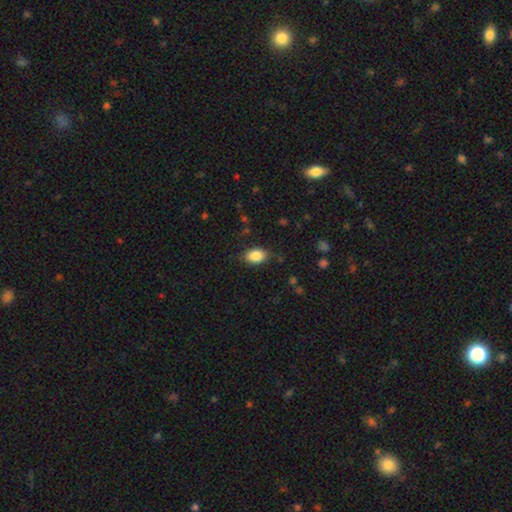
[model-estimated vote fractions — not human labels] smooth 86%, star or artifact 8%, featured or disk 6%. Down the decision tree: how rounded — in between (86%); merging — none (83%).